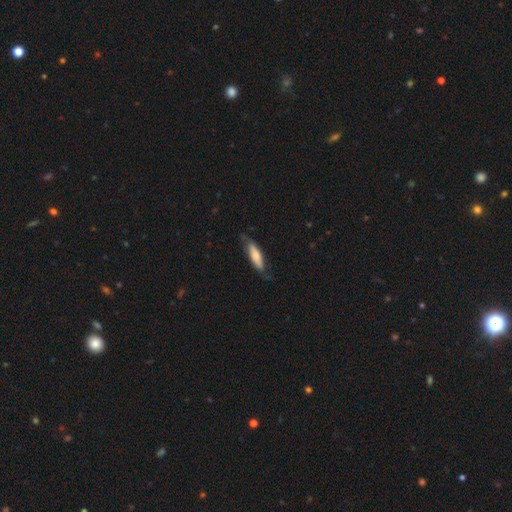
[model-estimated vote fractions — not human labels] Smooth or featured? Predicted: smooth (p=0.65). How rounded? Predicted: cigar-shaped (p=0.58). Merging? Predicted: none (p=0.67).